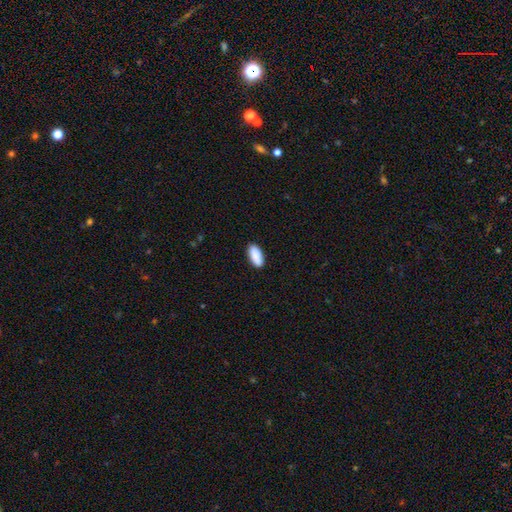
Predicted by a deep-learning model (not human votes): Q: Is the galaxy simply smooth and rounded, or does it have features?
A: smooth — 90%.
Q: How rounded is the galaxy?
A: in between — 87%.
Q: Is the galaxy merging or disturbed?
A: none — 87%.